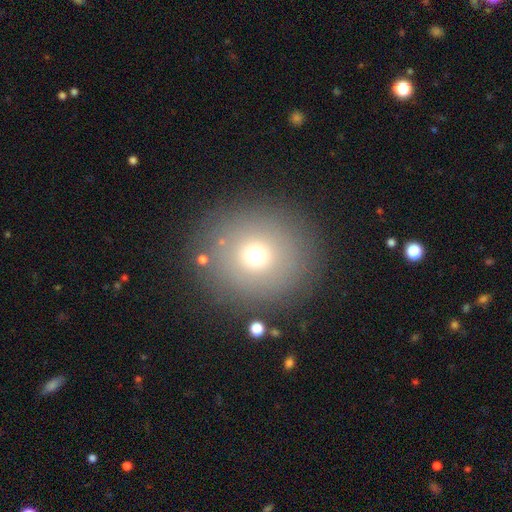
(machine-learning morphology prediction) Smooth or featured? smooth (69%)
How rounded? round (90%)
Merging? none (85%)